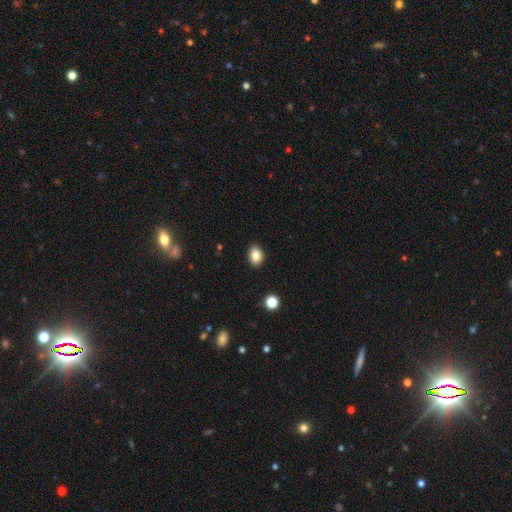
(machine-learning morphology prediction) Smooth or featured? Predicted: smooth (p=0.86). How rounded? Predicted: in between (p=0.72). Merging? Predicted: none (p=0.88).